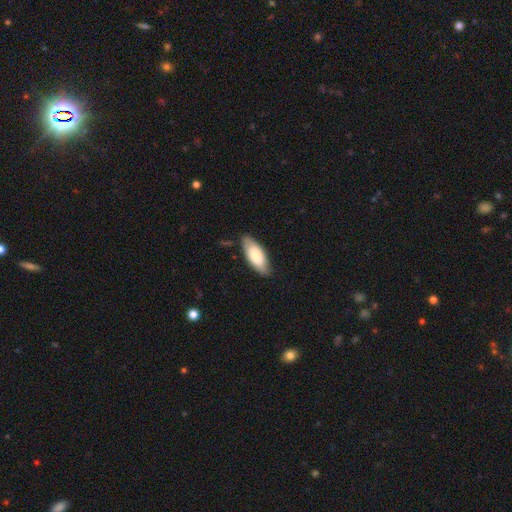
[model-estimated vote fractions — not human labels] smooth 79%, featured or disk 15%, star or artifact 5%. Down the decision tree: how rounded — in between (83%); merging — none (82%).